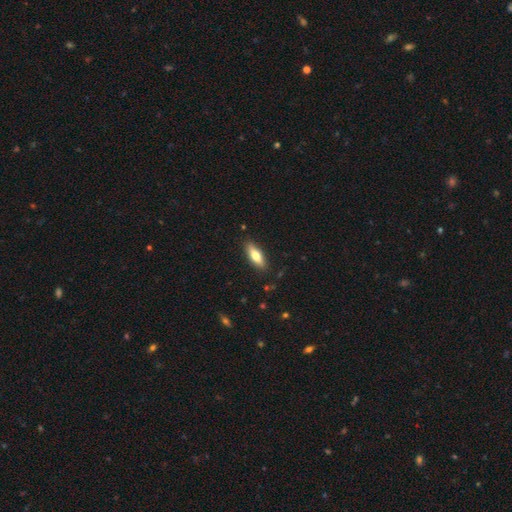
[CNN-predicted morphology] smooth_or_featured: smooth (p=0.71) [alt: featured or disk p=0.23]
how_rounded: in between (p=0.64) [alt: cigar-shaped p=0.33]
merging: none (p=0.87) [alt: minor disturbance p=0.10]